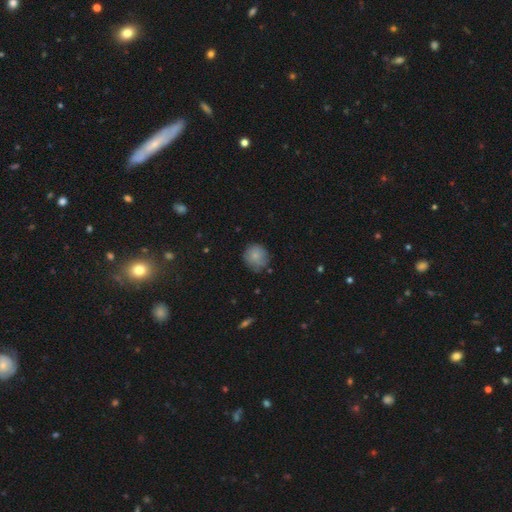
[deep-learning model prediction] smooth-or-featured: smooth: 79% | featured or disk: 12% | star or artifact: 9%
  how-rounded: round: 86% | in between: 13% | cigar-shaped: 1%
  merging: none: 68% | minor disturbance: 25% | major disturbance: 5% | merger: 2%